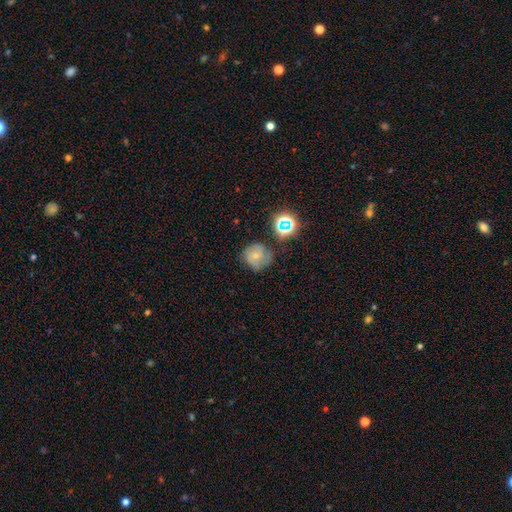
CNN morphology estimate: This is possibly a smooth galaxy (55%). How rounded: clearly round (86%). Merging: possibly none (59%).